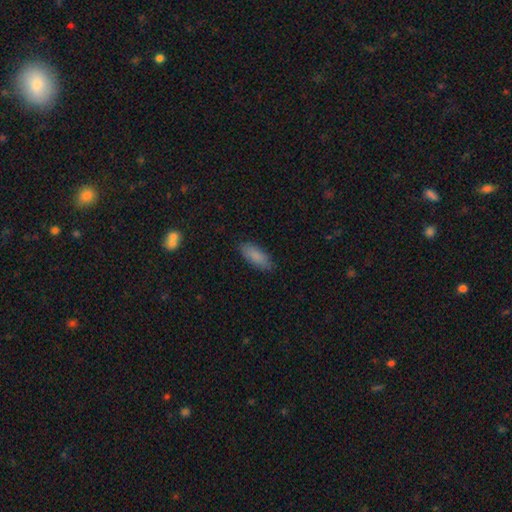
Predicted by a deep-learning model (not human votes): Smooth or featured: smooth — 86% (featured or disk — 7%)
How rounded: in between — 75% (cigar-shaped — 24%)
Merging: none — 86% (minor disturbance — 11%)